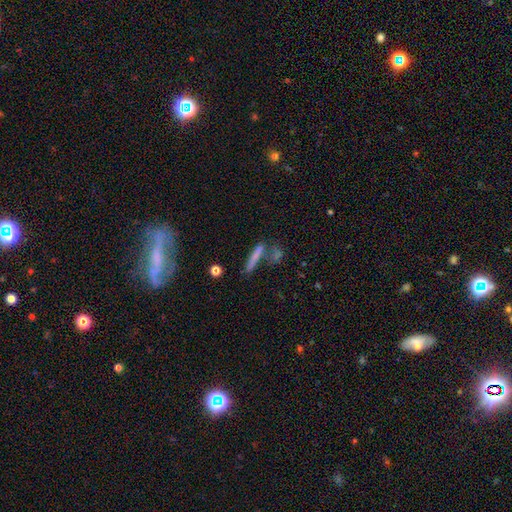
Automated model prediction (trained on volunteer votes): A smooth galaxy with no disk features (65%) that is cigar-shaped (88%).

Vote fractions:
- Smooth or featured? smooth: 65% / featured or disk: 24% / star or artifact: 11%
- How rounded? cigar-shaped: 88% / in between: 8% / round: 3%
- Merging? none: 57% / merger: 21% / minor disturbance: 14% / major disturbance: 8%